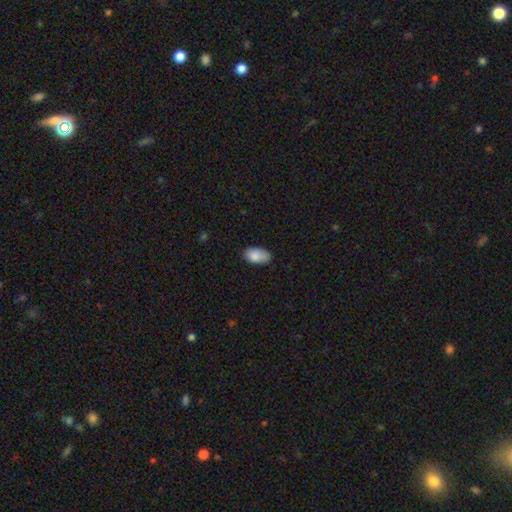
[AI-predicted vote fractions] A smooth galaxy with no disk features (86%) that is in between round and cigar-shaped (94%).

Vote fractions:
- Smooth or featured? smooth: 86% / star or artifact: 7% / featured or disk: 7%
- How rounded? in between: 94% / round: 4% / cigar-shaped: 2%
- Merging? none: 73% / minor disturbance: 22% / major disturbance: 4% / merger: 2%